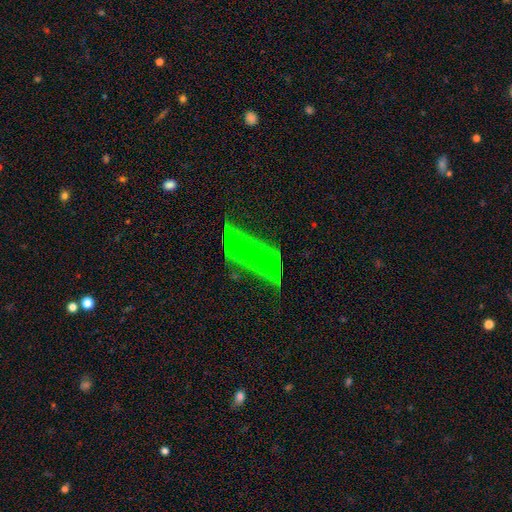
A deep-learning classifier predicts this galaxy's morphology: Overall: featured or disk (55%; smooth 27%). Edge-on disk: no (53%; yes 47%). Merging: none (38%; major disturbance 25%).